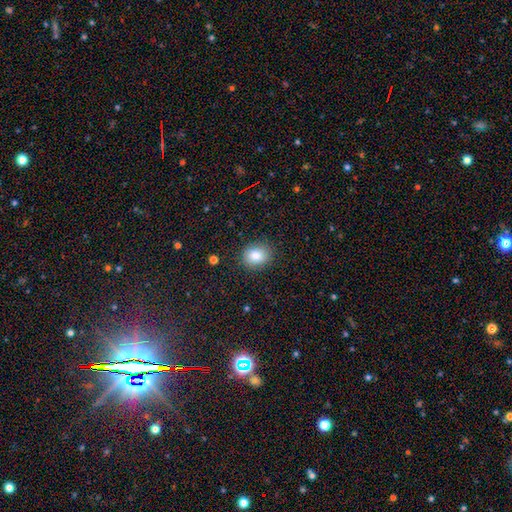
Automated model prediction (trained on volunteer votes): smooth-or-featured: smooth: 83% | star or artifact: 10% | featured or disk: 7%
  how-rounded: round: 58% | in between: 41% | cigar-shaped: 1%
  merging: none: 87% | minor disturbance: 9% | major disturbance: 3% | merger: 1%